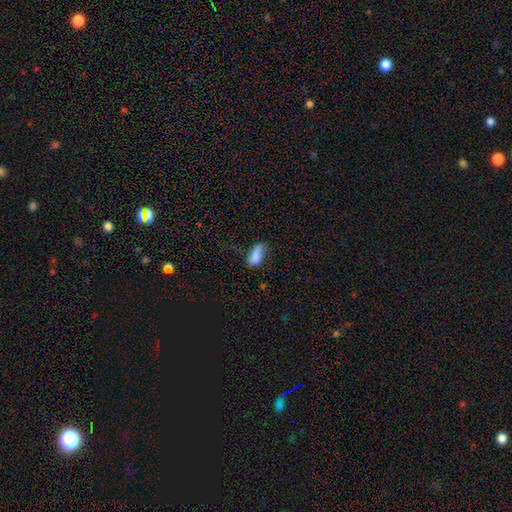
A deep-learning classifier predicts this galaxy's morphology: A smooth galaxy with no disk features (76%) that is in between round and cigar-shaped (86%).

Vote fractions:
- Smooth or featured? smooth: 76% / featured or disk: 14% / star or artifact: 9%
- How rounded? in between: 86% / cigar-shaped: 10% / round: 4%
- Merging? none: 37% / minor disturbance: 35% / major disturbance: 24% / merger: 4%